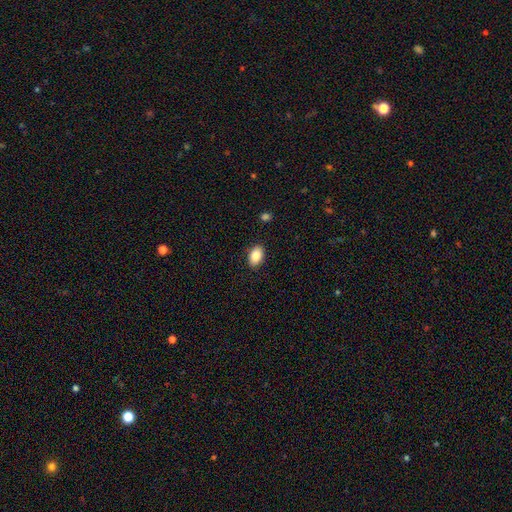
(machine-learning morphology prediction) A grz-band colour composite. It shows a smooth galaxy with no disk features (85%) that is in between round and cigar-shaped (89%). Merging: none (89%).